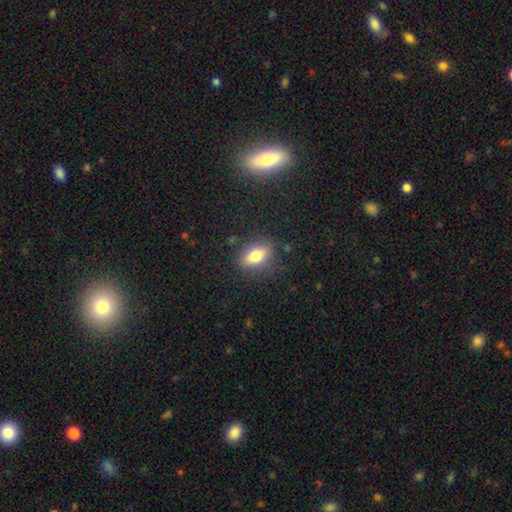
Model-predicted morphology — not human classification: Q: Smooth or featured?
A: smooth (75%); runner-up: featured or disk (15%)
Q: How rounded?
A: in between (79%); runner-up: round (15%)
Q: Merging?
A: none (82%); runner-up: minor disturbance (13%)